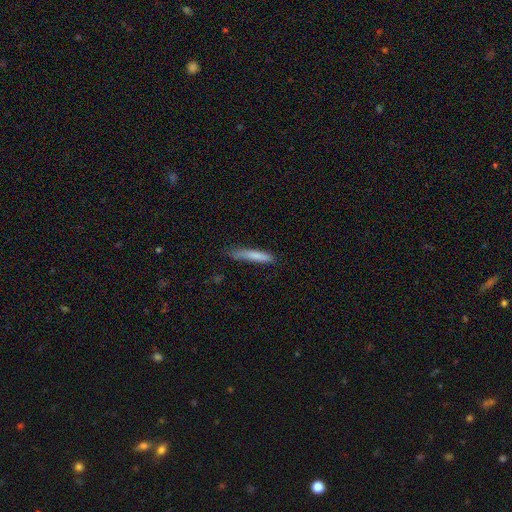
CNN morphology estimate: This is likely a smooth galaxy (78%). How rounded: clearly cigar-shaped (92%). Merging: likely none (70%).